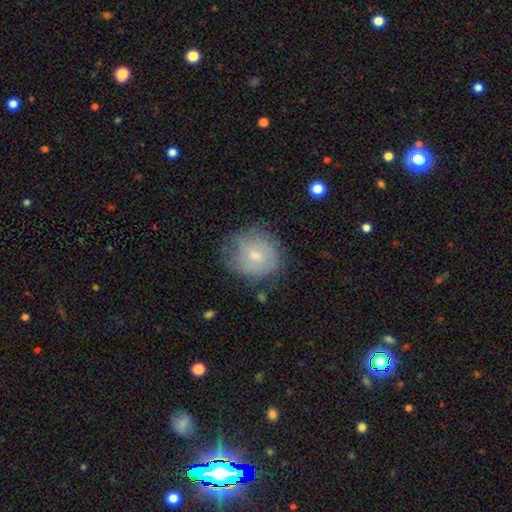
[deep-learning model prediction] smooth-or-featured: smooth: 61% | featured or disk: 31% | star or artifact: 8%
  how-rounded: round: 80% | in between: 20% | cigar-shaped: 1%
  merging: none: 62% | minor disturbance: 26% | major disturbance: 11% | merger: 2%